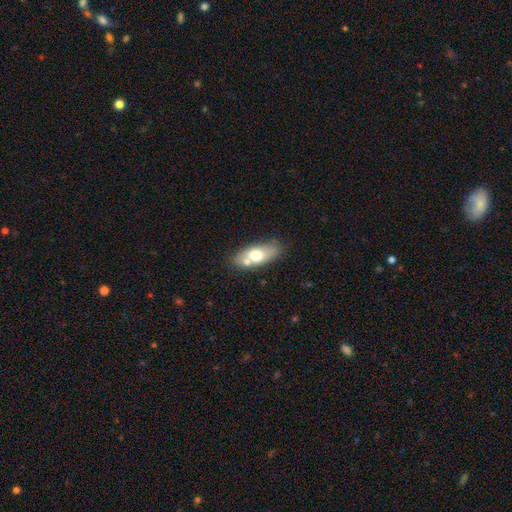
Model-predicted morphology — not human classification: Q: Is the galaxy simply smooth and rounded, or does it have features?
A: smooth — 64%.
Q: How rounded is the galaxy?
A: in between — 83%.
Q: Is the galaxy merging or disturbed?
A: none — 67%.